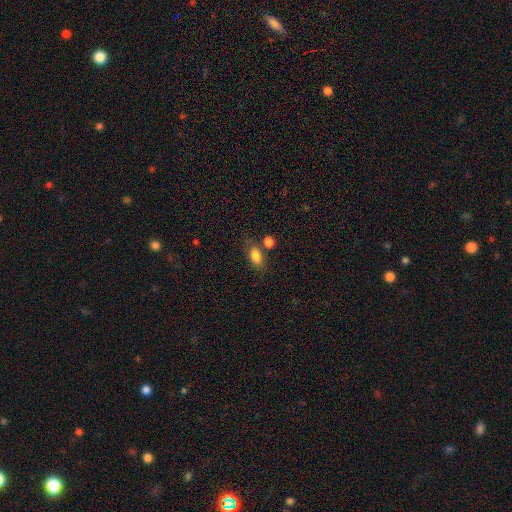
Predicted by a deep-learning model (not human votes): Smooth or featured? smooth (82%)
How rounded? in between (84%)
Merging? none (66%)